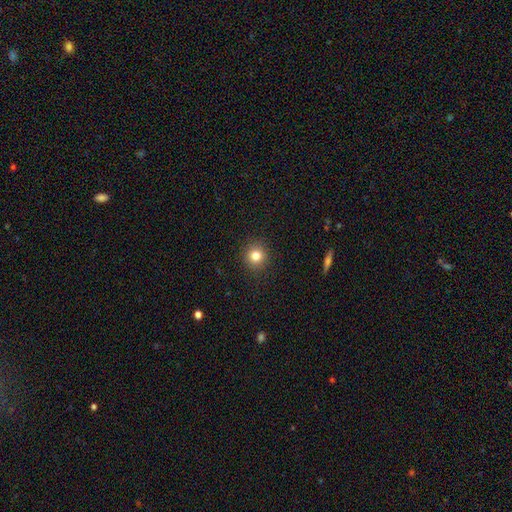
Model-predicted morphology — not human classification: Smooth or featured? smooth (82%)
How rounded? round (92%)
Merging? none (91%)